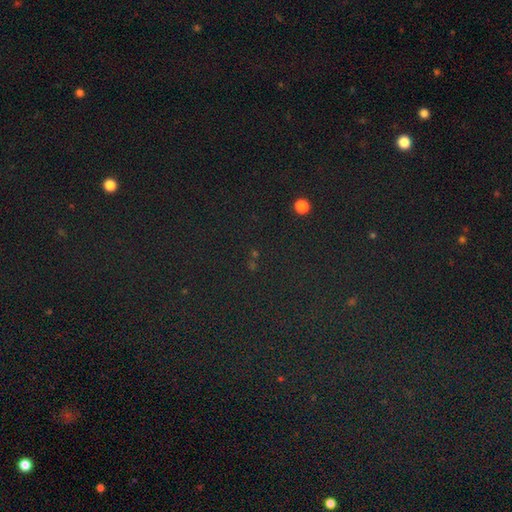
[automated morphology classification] Smooth or featured? star or artifact (79%)